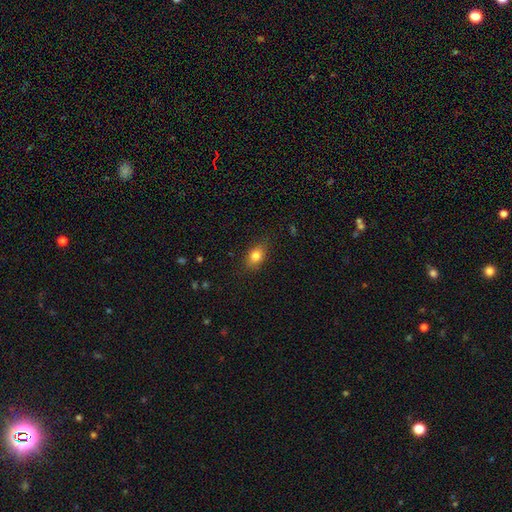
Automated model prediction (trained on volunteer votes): Smooth or featured? Predicted: smooth (p=0.80). How rounded? Predicted: in between (p=0.73). Merging? Predicted: none (p=0.84).